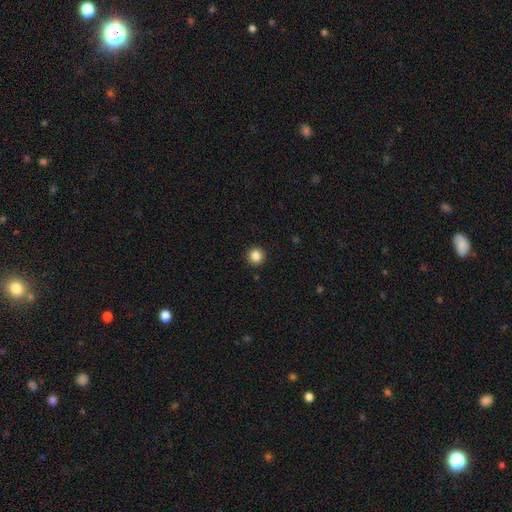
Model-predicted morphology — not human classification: Smooth or featured?
  - smooth: 86% *
  - star or artifact: 11%
  - featured or disk: 4%
How rounded?
  - round: 94% *
  - in between: 5%
  - cigar-shaped: 1%
Merging?
  - none: 93% *
  - minor disturbance: 5%
  - major disturbance: 2%
  - merger: 1%